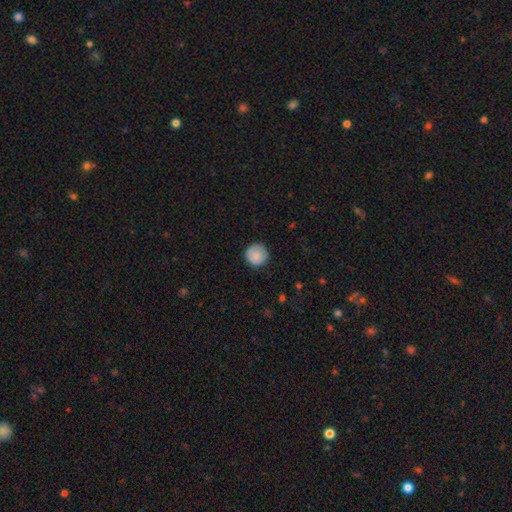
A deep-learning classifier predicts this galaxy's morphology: Overall: smooth (85%). How rounded: round (96%). Merging: none (88%).